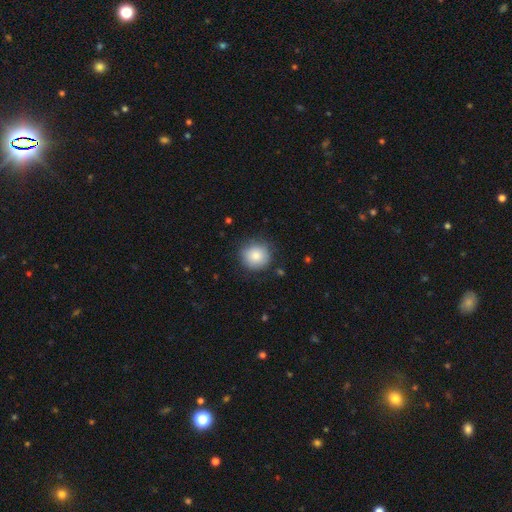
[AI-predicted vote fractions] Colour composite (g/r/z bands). It shows a smooth galaxy with no disk features (85%) that is round (92%). Merging: none (83%).